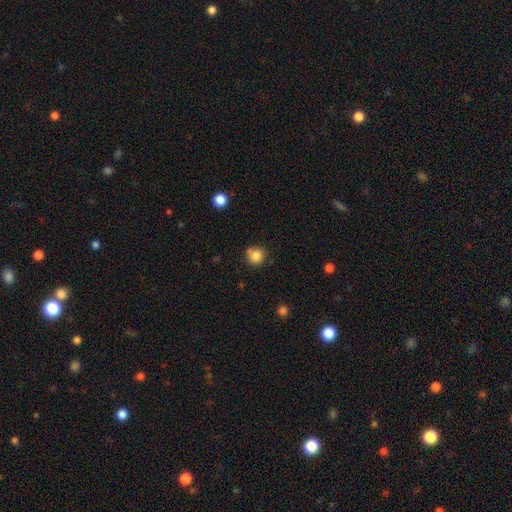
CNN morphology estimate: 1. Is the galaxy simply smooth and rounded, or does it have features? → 82% smooth, 11% star or artifact, 6% featured or disk.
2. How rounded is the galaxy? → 89% round, 10% in between, 1% cigar-shaped.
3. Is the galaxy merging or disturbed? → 71% none, 15% minor disturbance, 10% merger, 3% major disturbance.